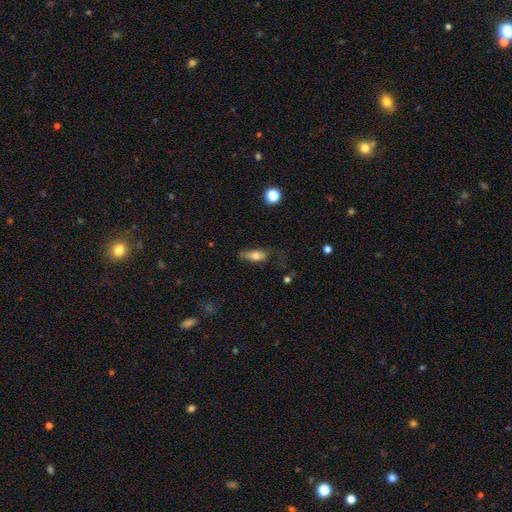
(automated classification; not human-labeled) A smooth galaxy with no disk features (70%) that is in between round and cigar-shaped (71%). Merging: none (56%).